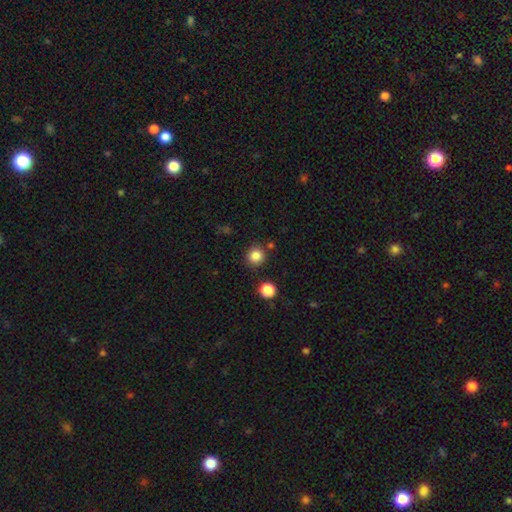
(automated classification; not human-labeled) Smooth or featured? Predicted: smooth (p=0.84). How rounded? Predicted: round (p=0.91). Merging? Predicted: none (p=0.85).